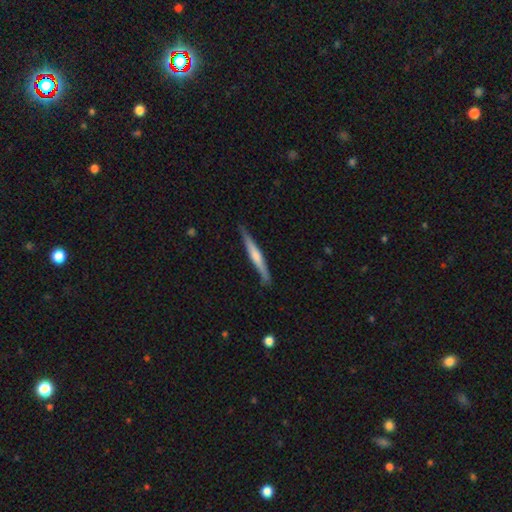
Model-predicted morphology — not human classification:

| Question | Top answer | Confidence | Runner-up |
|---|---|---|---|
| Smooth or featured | featured or disk | 49% | smooth (46%) |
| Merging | none | 83% | minor disturbance (13%) |